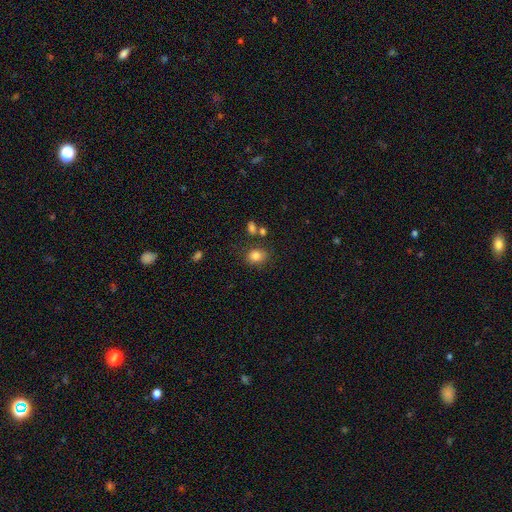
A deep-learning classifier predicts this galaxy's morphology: type=smooth (83%); roundness=round (55%); merging=none (76%).